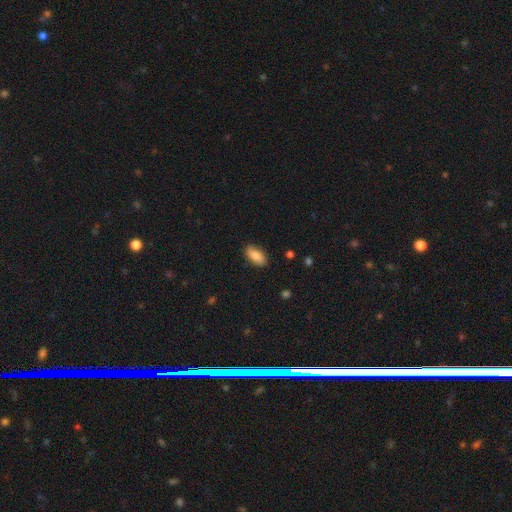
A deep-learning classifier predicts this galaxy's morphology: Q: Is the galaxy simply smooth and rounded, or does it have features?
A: smooth — 84%.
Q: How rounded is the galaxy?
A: in between — 88%.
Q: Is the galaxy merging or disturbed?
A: none — 87%.